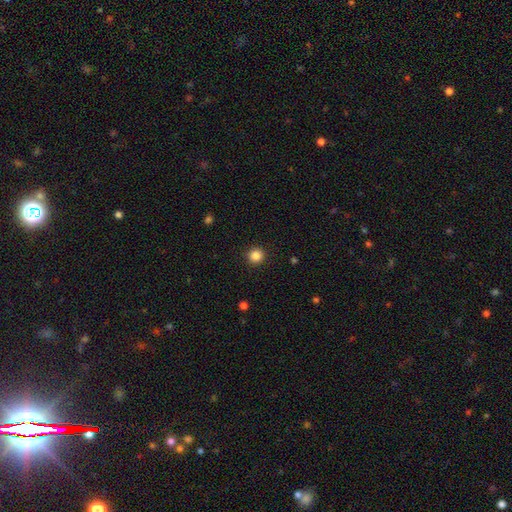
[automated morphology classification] Overall: smooth (86%). How rounded: round (95%). Merging: none (93%).